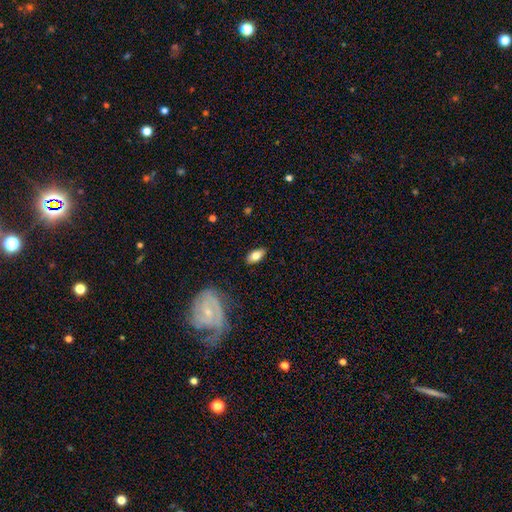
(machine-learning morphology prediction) Smooth or featured? Predicted: smooth (p=0.75). How rounded? Predicted: in between (p=0.89). Merging? Predicted: none (p=0.85).